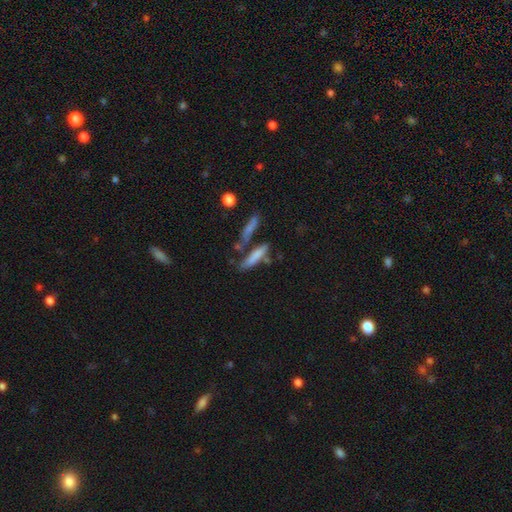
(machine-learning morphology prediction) Smooth or featured? smooth (72%)
How rounded? cigar-shaped (77%)
Merging? none (57%)